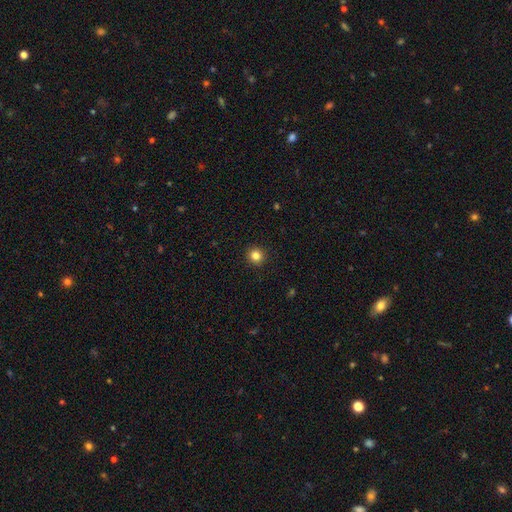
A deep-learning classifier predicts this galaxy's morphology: This appears to be a smooth galaxy with no disk features (84%) that is round (93%). Merging: none (93%).